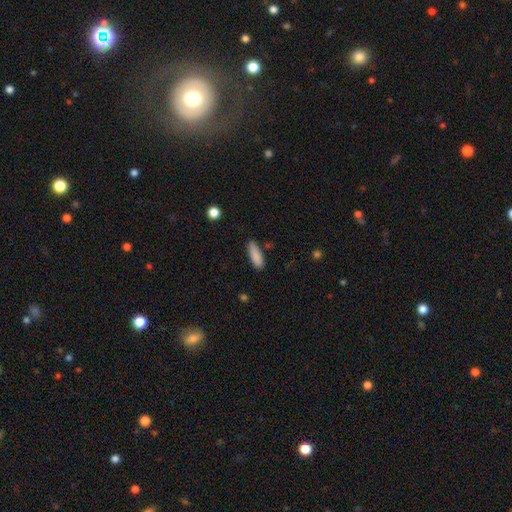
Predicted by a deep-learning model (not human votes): This is clearly a smooth galaxy (88%). How rounded: possibly cigar-shaped (52%). Merging: clearly none (82%).